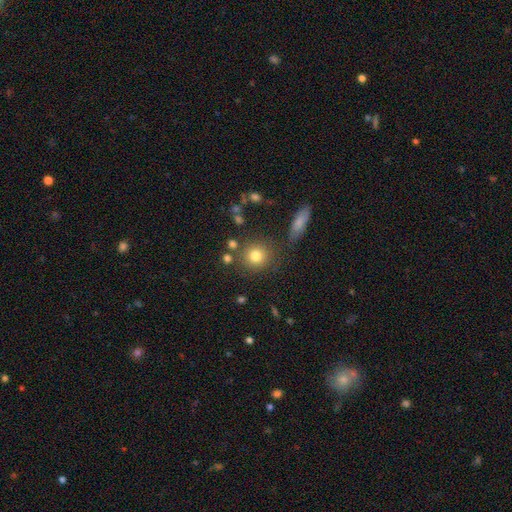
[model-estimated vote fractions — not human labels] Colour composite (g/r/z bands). It shows a smooth galaxy with no disk features (79%) that is round (89%). Merging: none (80%).